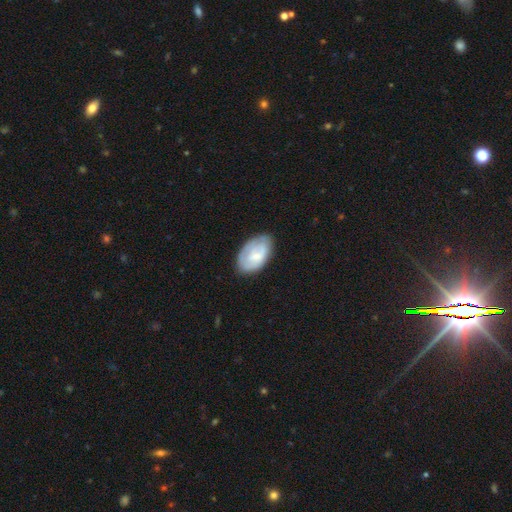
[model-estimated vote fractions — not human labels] smooth_or_featured: smooth (p=0.55) [alt: featured or disk p=0.39]
how_rounded: in between (p=0.91) [alt: round p=0.07]
merging: none (p=0.67) [alt: minor disturbance p=0.24]